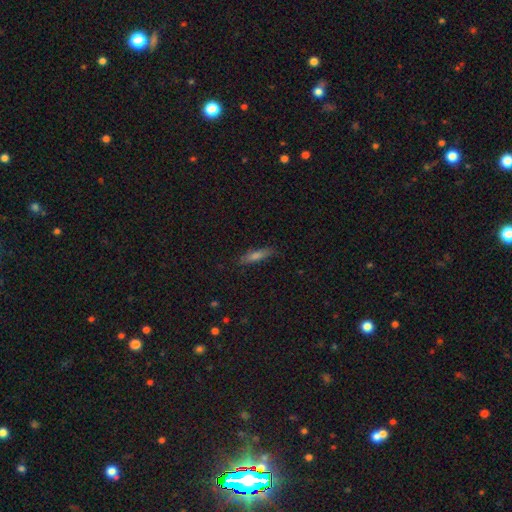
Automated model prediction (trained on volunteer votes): A smooth galaxy with no disk features (59%) that is cigar-shaped (80%). Merging: none (86%).